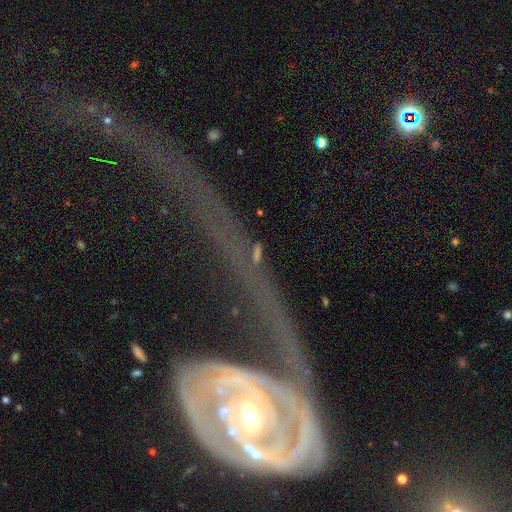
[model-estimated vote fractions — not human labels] star or artifact 47%, featured or disk 31%, smooth 22%.